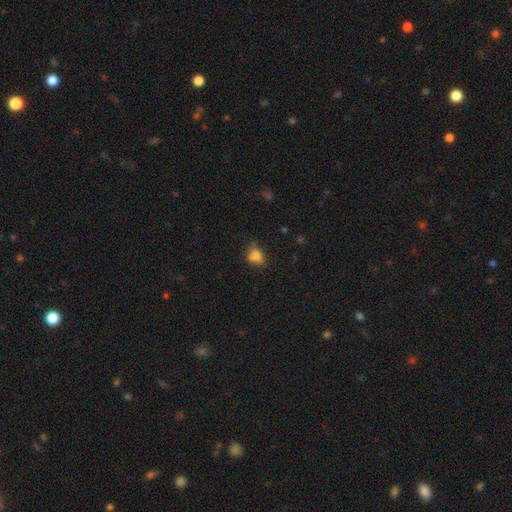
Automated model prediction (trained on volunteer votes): A smooth galaxy with no disk features (76%) that is in between round and cigar-shaped (64%). Merging: none (46%).